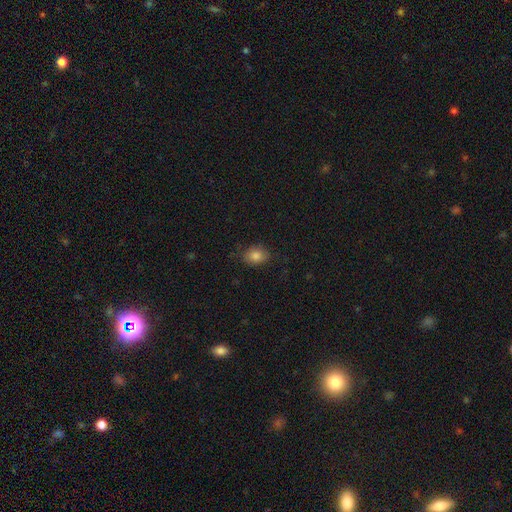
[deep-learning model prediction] Q: Smooth or featured?
A: smooth (83%); runner-up: star or artifact (10%)
Q: How rounded?
A: in between (65%); runner-up: round (34%)
Q: Merging?
A: none (81%); runner-up: minor disturbance (15%)